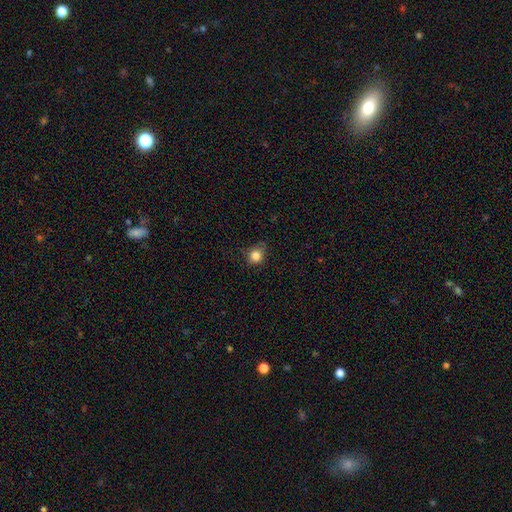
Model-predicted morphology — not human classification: A smooth galaxy with no disk features (83%) that is round (80%). Merging: none (73%).